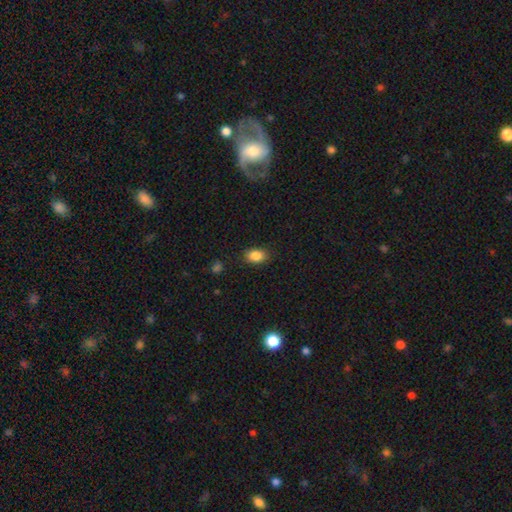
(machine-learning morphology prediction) A smooth galaxy with no disk features (86%) that is in between round and cigar-shaped (82%).

Vote fractions:
- Smooth or featured? smooth: 86% / star or artifact: 9% / featured or disk: 5%
- How rounded? in between: 82% / round: 16% / cigar-shaped: 1%
- Merging? none: 86% / minor disturbance: 10% / major disturbance: 3% / merger: 1%